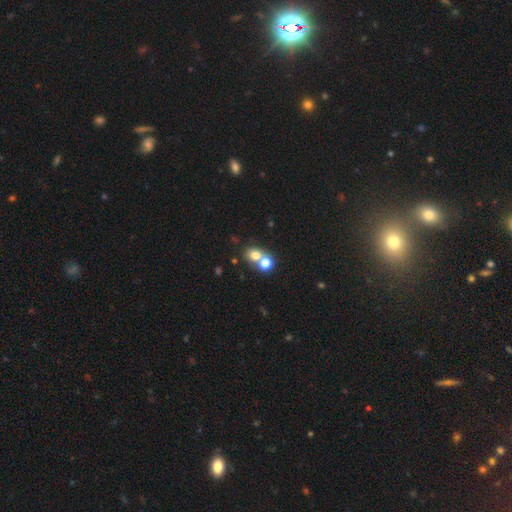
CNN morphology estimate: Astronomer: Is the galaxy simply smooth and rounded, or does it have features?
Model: smooth — 72%.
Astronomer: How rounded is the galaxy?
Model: round — 65%.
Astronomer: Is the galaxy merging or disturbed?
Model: merger — 48% (runner-up: none, 42%).